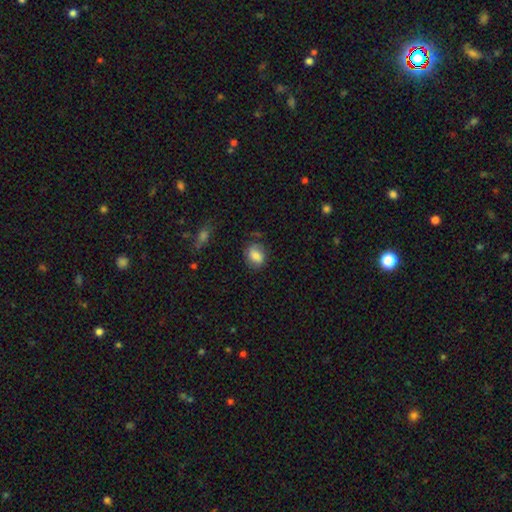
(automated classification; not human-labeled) A smooth galaxy with no disk features (77%) that is in between round and cigar-shaped (54%). Merging: none (71%).